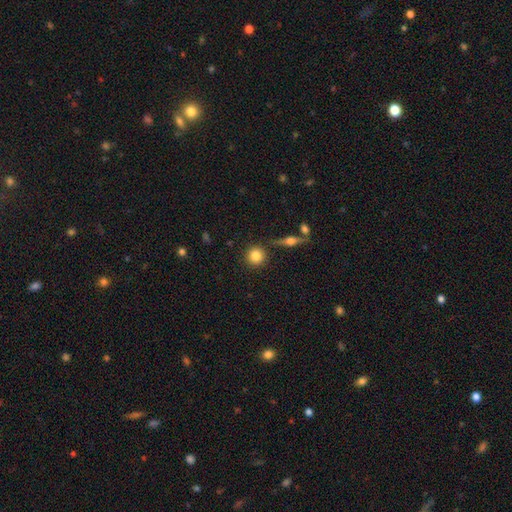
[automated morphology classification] Smooth or featured? Predicted: smooth (p=0.82). How rounded? Predicted: round (p=0.92). Merging? Predicted: none (p=0.86).